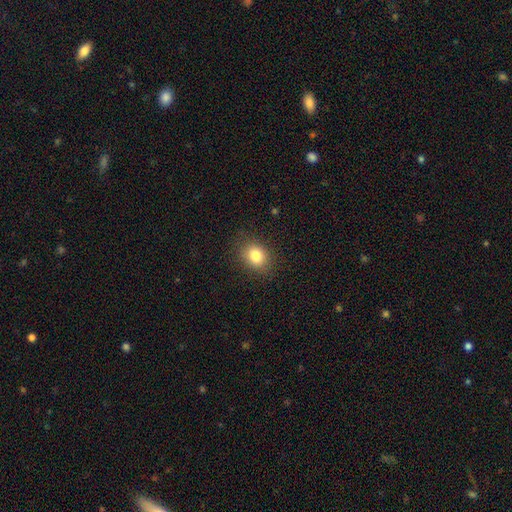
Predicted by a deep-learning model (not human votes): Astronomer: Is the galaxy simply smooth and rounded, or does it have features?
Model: smooth — 82%.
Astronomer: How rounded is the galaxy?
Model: in between — 50% (runner-up: round, 49%).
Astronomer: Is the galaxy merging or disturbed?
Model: none — 85%.